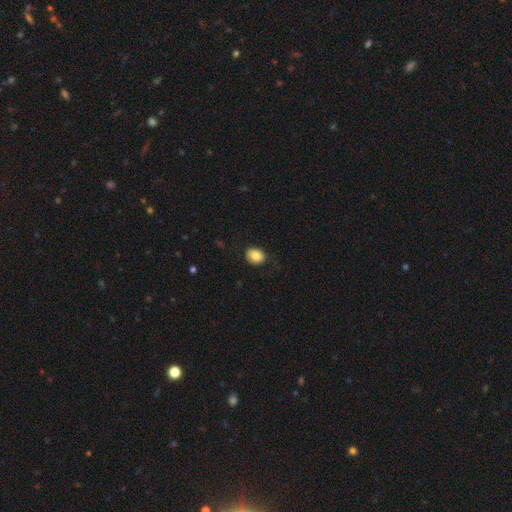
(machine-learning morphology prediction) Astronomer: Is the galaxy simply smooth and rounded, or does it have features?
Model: smooth — 85%.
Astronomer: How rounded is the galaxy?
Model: round — 51% (runner-up: in between, 49%).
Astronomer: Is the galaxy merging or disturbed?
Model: none — 82%.